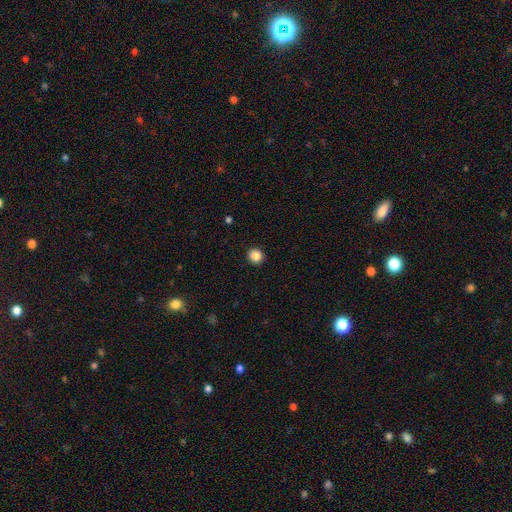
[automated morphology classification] This appears to be a smooth galaxy with no disk features (86%) that is round (93%). Merging: none (93%).